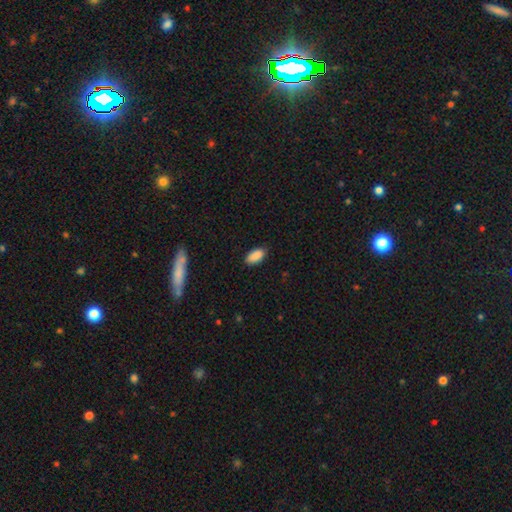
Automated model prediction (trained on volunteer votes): smooth-or-featured: smooth: 89% | star or artifact: 7% | featured or disk: 4%
  how-rounded: in between: 93% | cigar-shaped: 4% | round: 3%
  merging: none: 85% | minor disturbance: 11% | major disturbance: 2% | merger: 1%